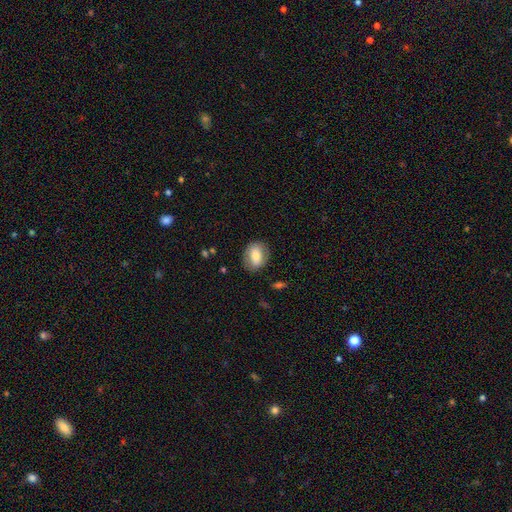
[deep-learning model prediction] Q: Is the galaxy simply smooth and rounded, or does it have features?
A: smooth — 70%.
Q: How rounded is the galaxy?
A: in between — 64%.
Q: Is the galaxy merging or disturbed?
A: none — 81%.